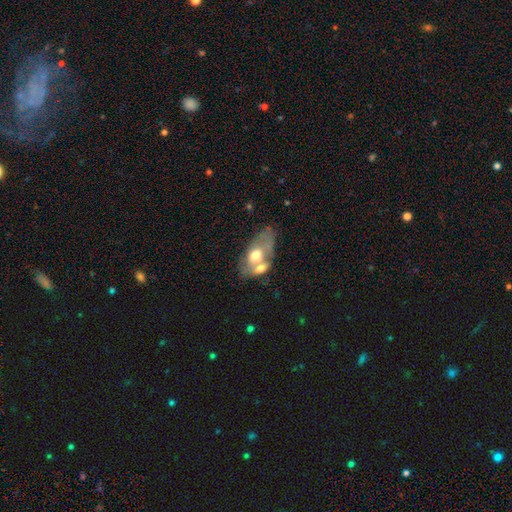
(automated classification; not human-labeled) The model was most divided on "smooth or featured": smooth: 53%, featured or disk: 41%, star or artifact: 7%. More confident: how rounded — in between (88%); merging — merger (58%).